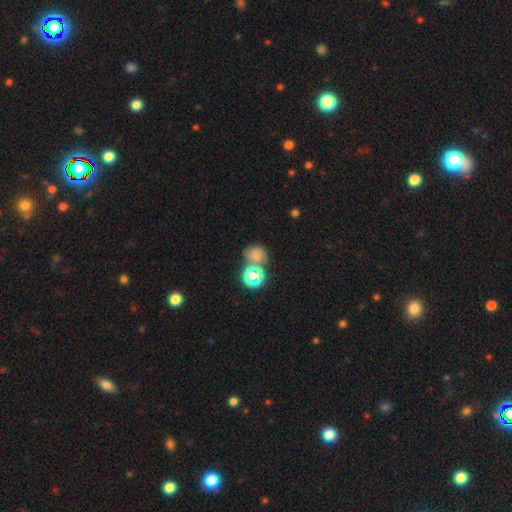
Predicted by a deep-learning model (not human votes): Smooth or featured?
  - smooth: 59% *
  - star or artifact: 28%
  - featured or disk: 14%
How rounded?
  - round: 72% *
  - in between: 27%
  - cigar-shaped: 1%
Merging?
  - none: 43% *
  - merger: 33%
  - minor disturbance: 14%
  - major disturbance: 10%